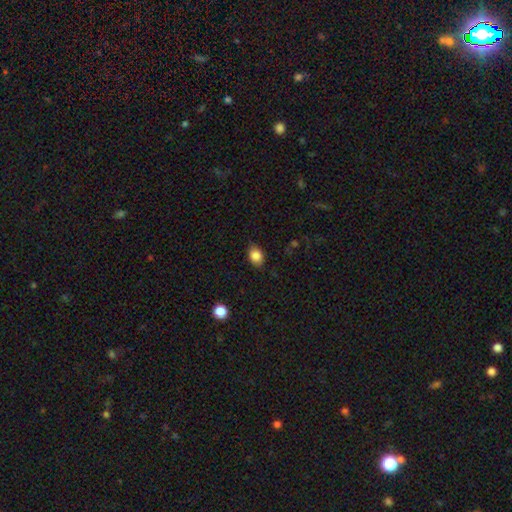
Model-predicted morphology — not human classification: Smooth or featured? Predicted: smooth (p=0.85). How rounded? Predicted: in between (p=0.69). Merging? Predicted: none (p=0.81).